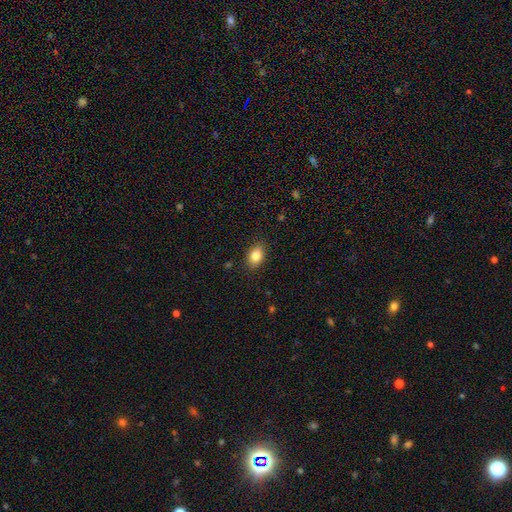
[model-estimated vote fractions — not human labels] smooth_or_featured: smooth (p=0.84) [alt: star or artifact p=0.09]
how_rounded: in between (p=0.76) [alt: round p=0.23]
merging: none (p=0.86) [alt: minor disturbance p=0.10]